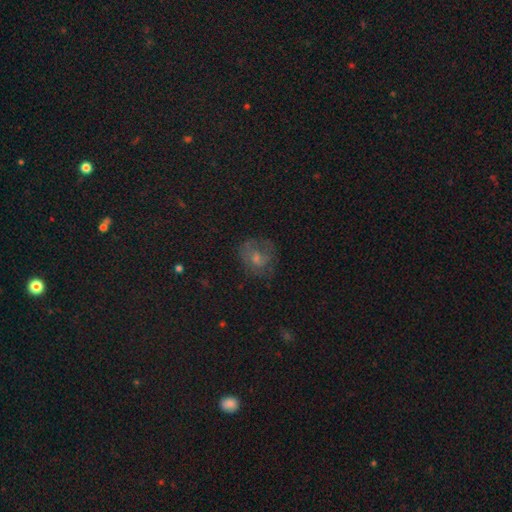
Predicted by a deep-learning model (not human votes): Overall: smooth (46%; featured or disk 37%). Merging: none (60%; minor disturbance 22%).